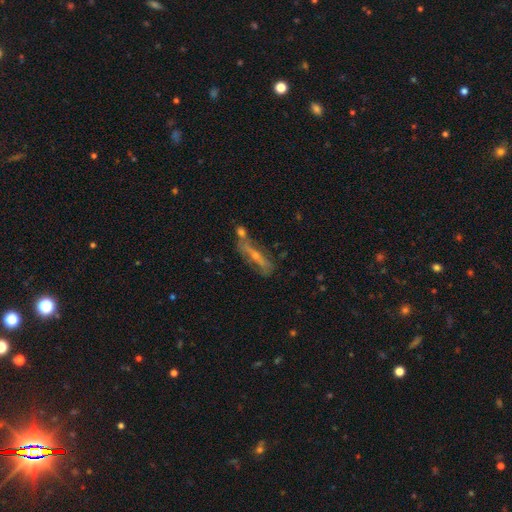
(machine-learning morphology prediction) Overall: featured or disk (64%; smooth 26%). Edge-on disk: yes (63%; no 37%). Merging: none (53%; merger 20%).